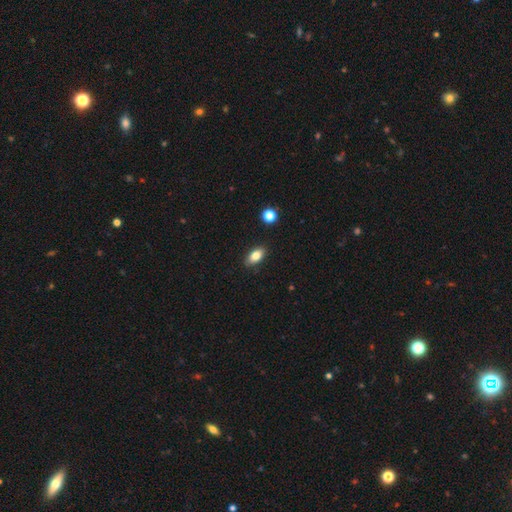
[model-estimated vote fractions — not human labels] Morphology: type=smooth (78%); roundness=in between (88%); merging=none (86%).